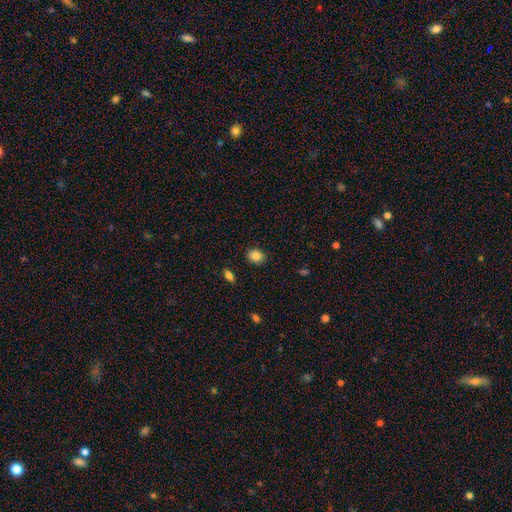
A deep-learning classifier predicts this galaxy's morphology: The model was most divided on "how rounded": in between: 51%, round: 48%, cigar-shaped: 1%. More confident: merging — none (87%); smooth or featured — smooth (86%).